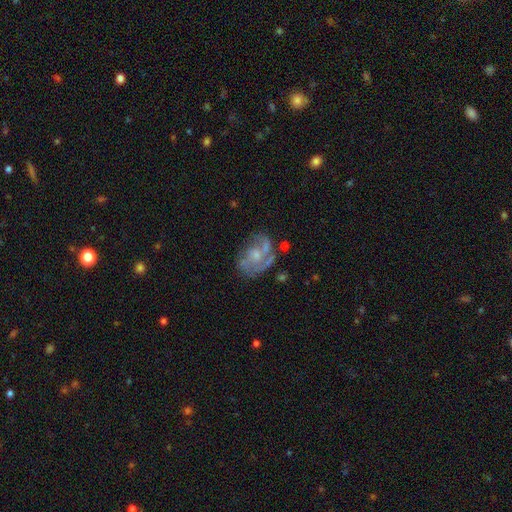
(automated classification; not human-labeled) smooth-or-featured: featured or disk: 72% | smooth: 20% | star or artifact: 8%
  disk-edge-on: no: 98% | yes: 2%
    bar: no: 75% | weak: 22% | strong: 3%
    has-spiral-arms: yes: 68% | no: 32%
    bulge-size: small: 49% | moderate: 33% | none: 14% | large: 3% | dominant: 1%
  merging: none: 47% | minor disturbance: 23% | major disturbance: 22% | merger: 8%